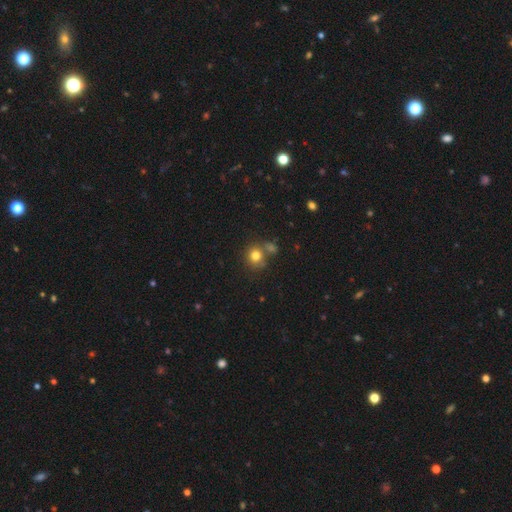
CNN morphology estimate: Overall: smooth (79%). How rounded: round (85%). Merging: none (64%).